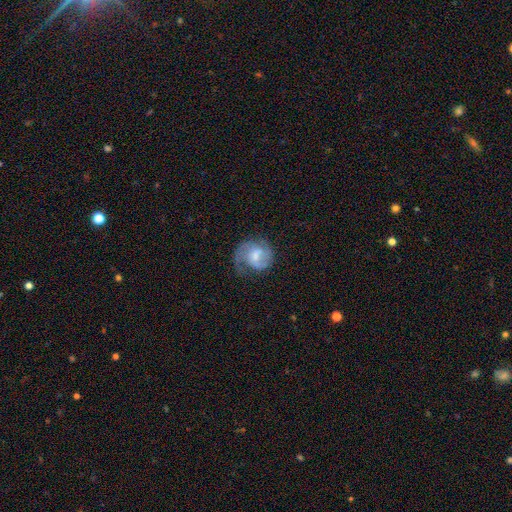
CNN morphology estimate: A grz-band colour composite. It shows a featured or disk galaxy (70%) with a weak bar (51%), 2 (54%) medium (47%) spiral arms (91%) and a moderate central bulge (46%). Merging: none (52%).